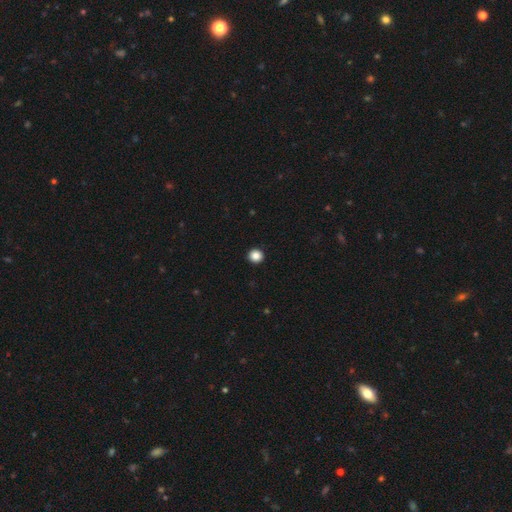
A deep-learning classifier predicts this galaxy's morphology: Smooth or featured?
  - smooth: 86% *
  - star or artifact: 10%
  - featured or disk: 3%
How rounded?
  - round: 93% *
  - in between: 6%
  - cigar-shaped: 1%
Merging?
  - none: 94% *
  - minor disturbance: 4%
  - major disturbance: 1%
  - merger: 1%